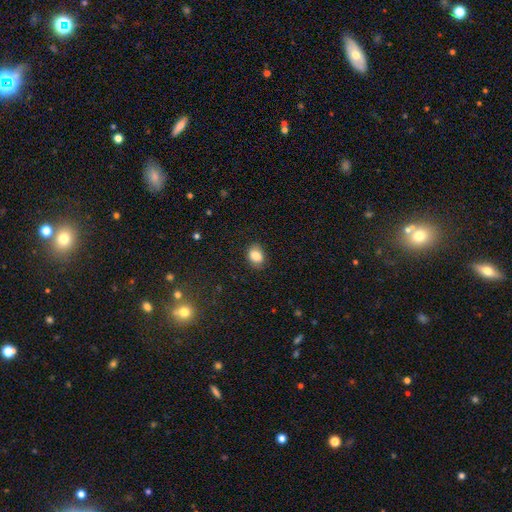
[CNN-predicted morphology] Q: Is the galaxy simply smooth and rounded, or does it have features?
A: smooth — 85%.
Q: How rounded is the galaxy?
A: in between — 62%.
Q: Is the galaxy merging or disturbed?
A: none — 85%.